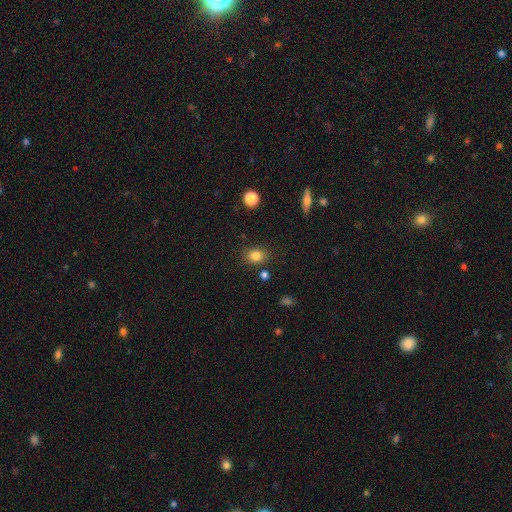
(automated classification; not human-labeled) A smooth galaxy with no disk features (82%) that is in between round and cigar-shaped (51%).

Vote fractions:
- Smooth or featured? smooth: 82% / star or artifact: 11% / featured or disk: 7%
- How rounded? in between: 51% / round: 48% / cigar-shaped: 1%
- Merging? none: 82% / minor disturbance: 11% / merger: 4% / major disturbance: 3%